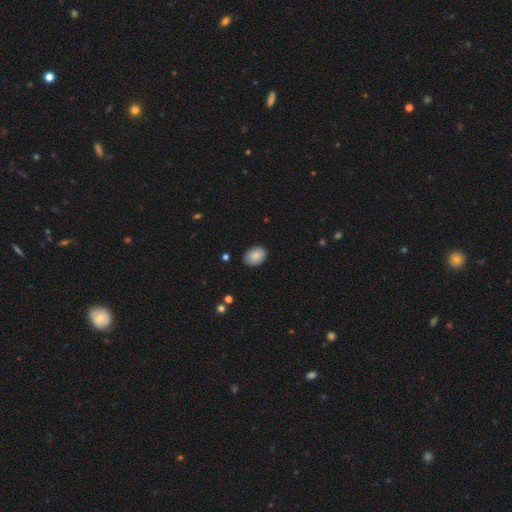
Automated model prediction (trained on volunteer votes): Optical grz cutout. It shows a smooth galaxy with no disk features (88%) that is in between round and cigar-shaped (76%). Merging: none (84%).